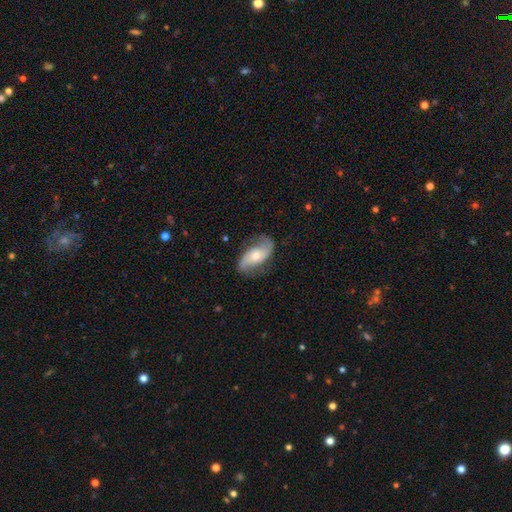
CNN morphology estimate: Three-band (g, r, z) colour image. It shows a featured or disk galaxy (76%) with no bar (58%), 2 (88%) loose (47%) spiral arms (93%) and a moderate central bulge (62%). Merging: none (72%).